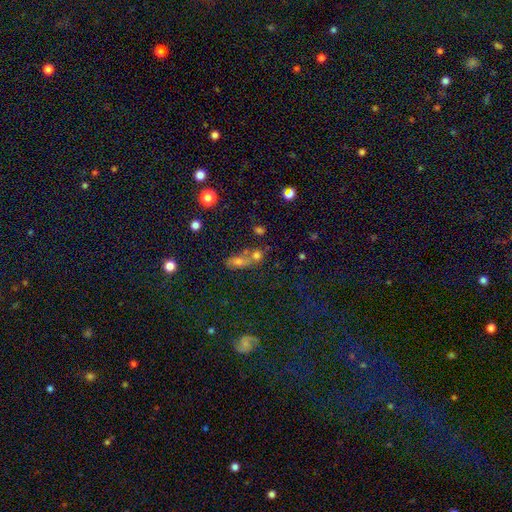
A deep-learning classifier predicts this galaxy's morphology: A smooth galaxy with no disk features (58%) that is in between round and cigar-shaped (50%). Merging: merger (52%).